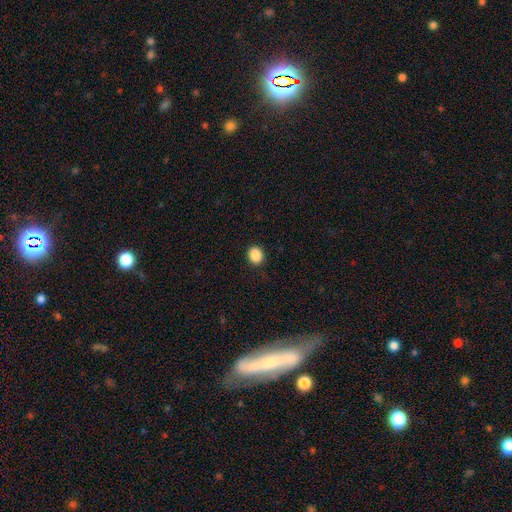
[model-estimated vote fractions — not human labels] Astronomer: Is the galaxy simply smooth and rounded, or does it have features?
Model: smooth — 89%.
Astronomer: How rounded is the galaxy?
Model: round — 60% (runner-up: in between, 39%).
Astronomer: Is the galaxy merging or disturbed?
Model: none — 89%.